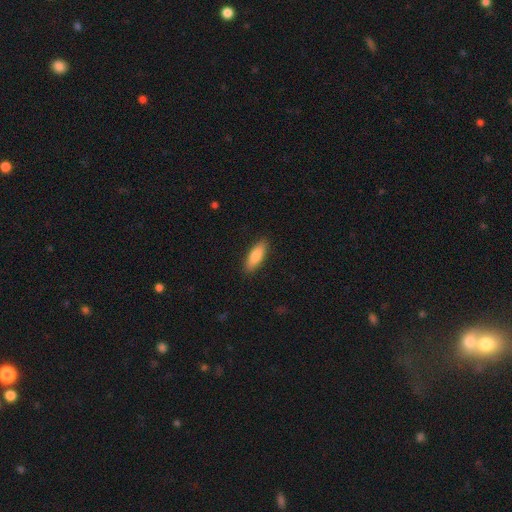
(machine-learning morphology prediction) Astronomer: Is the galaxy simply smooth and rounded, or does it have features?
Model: smooth — 86%.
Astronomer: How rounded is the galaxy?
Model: in between — 58% (runner-up: cigar-shaped, 40%).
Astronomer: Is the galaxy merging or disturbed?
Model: none — 89%.